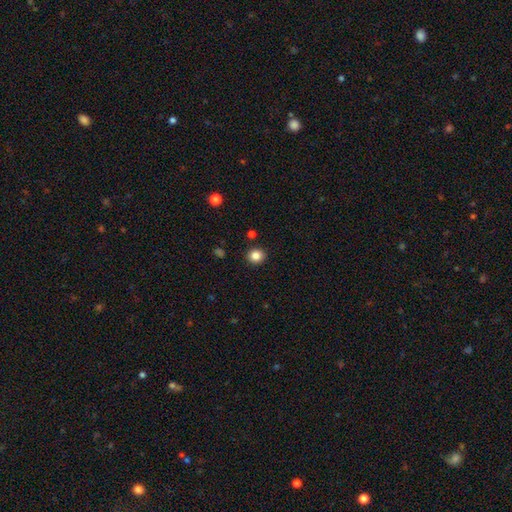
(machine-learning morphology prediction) smooth-or-featured: smooth: 84% | star or artifact: 11% | featured or disk: 5%
  how-rounded: round: 80% | in between: 19% | cigar-shaped: 1%
  merging: none: 90% | minor disturbance: 6% | major disturbance: 2% | merger: 2%